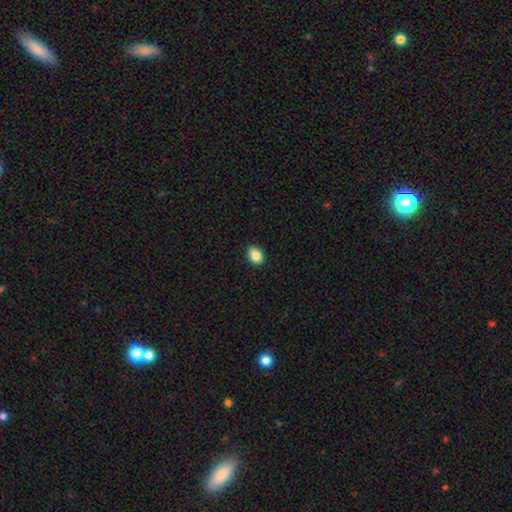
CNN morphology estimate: A smooth galaxy with no disk features (86%) that is in between round and cigar-shaped (63%).

Vote fractions:
- Smooth or featured? smooth: 86% / star or artifact: 9% / featured or disk: 5%
- How rounded? in between: 63% / round: 36% / cigar-shaped: 1%
- Merging? none: 90% / minor disturbance: 7% / major disturbance: 2% / merger: 1%